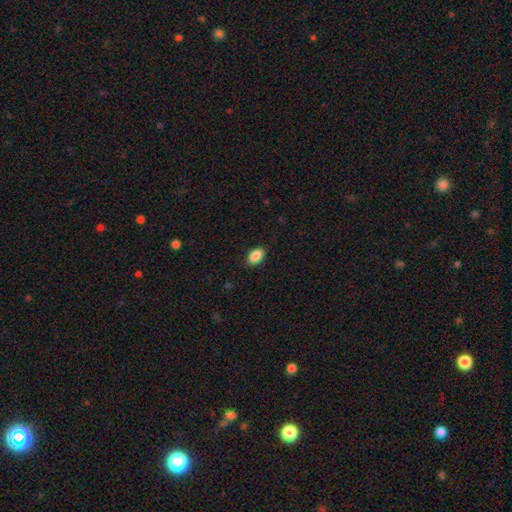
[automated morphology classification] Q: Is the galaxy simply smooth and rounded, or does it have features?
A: smooth — 89%.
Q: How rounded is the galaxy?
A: in between — 91%.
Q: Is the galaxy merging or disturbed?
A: none — 88%.